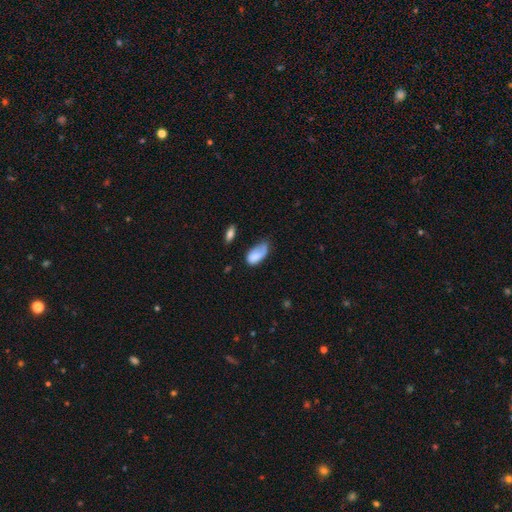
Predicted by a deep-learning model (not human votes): Smooth or featured: smooth — 78% (featured or disk — 15%)
How rounded: in between — 93% (cigar-shaped — 4%)
Merging: none — 38% (minor disturbance — 37%)